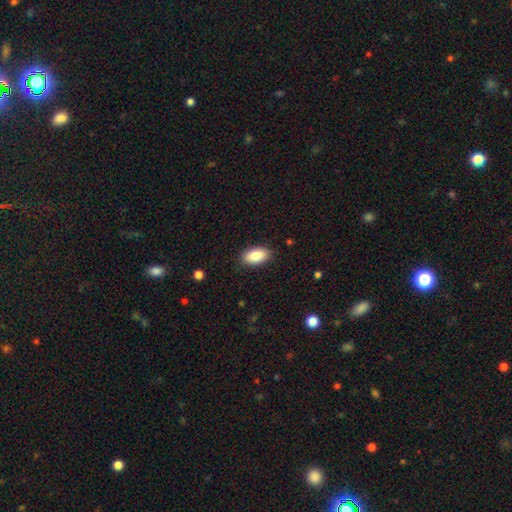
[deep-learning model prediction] smooth 86%, featured or disk 7%, star or artifact 7%. Down the decision tree: how rounded — in between (93%); merging — none (88%).